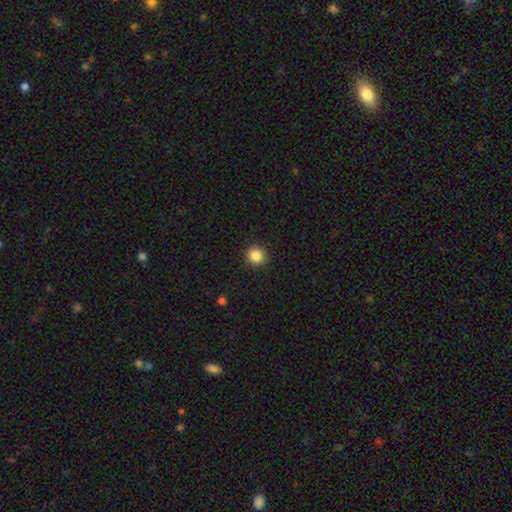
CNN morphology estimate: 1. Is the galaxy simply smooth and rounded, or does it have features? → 87% smooth, 10% star or artifact, 3% featured or disk.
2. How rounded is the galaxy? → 93% round, 6% in between, 1% cigar-shaped.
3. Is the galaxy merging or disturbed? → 92% none, 6% minor disturbance, 2% major disturbance, 1% merger.